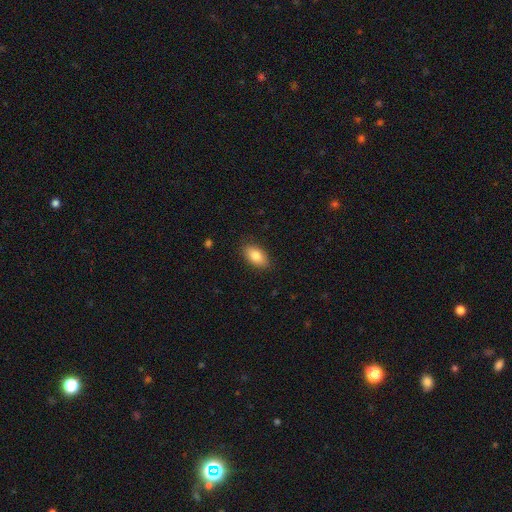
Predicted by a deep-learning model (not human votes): Smooth or featured? Predicted: smooth (p=0.86). How rounded? Predicted: in between (p=0.92). Merging? Predicted: none (p=0.87).